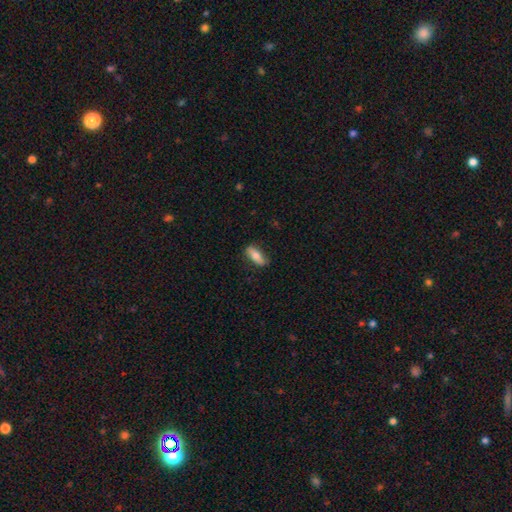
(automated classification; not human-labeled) smooth-or-featured: smooth: 72% | featured or disk: 22% | star or artifact: 6%
  how-rounded: in between: 69% | cigar-shaped: 28% | round: 3%
  merging: none: 79% | minor disturbance: 16% | major disturbance: 3% | merger: 1%